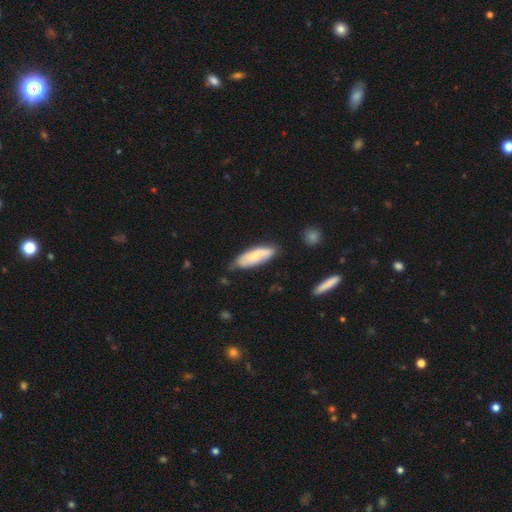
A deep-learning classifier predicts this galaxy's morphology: Smooth or featured: smooth — 58% (featured or disk — 36%)
How rounded: in between — 64% (cigar-shaped — 34%)
Merging: none — 63% (minor disturbance — 28%)